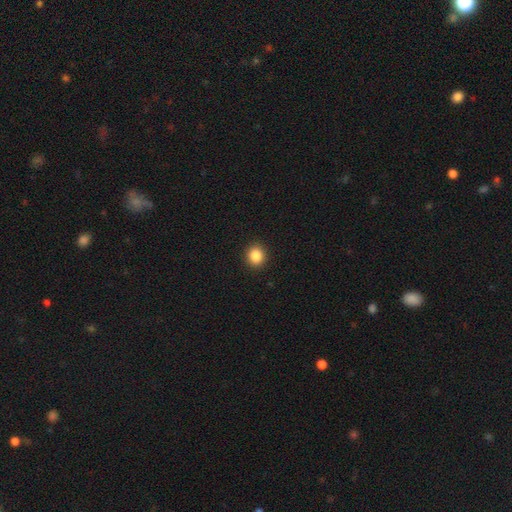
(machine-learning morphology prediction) smooth_or_featured: smooth (p=0.86) [alt: star or artifact p=0.10]
how_rounded: round (p=0.80) [alt: in between p=0.19]
merging: none (p=0.92) [alt: minor disturbance p=0.05]